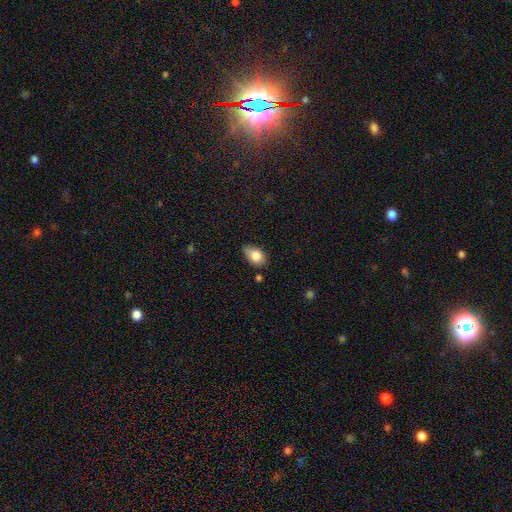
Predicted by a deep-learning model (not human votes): A smooth galaxy with no disk features (79%) that is in between round and cigar-shaped (84%). Merging: none (67%).